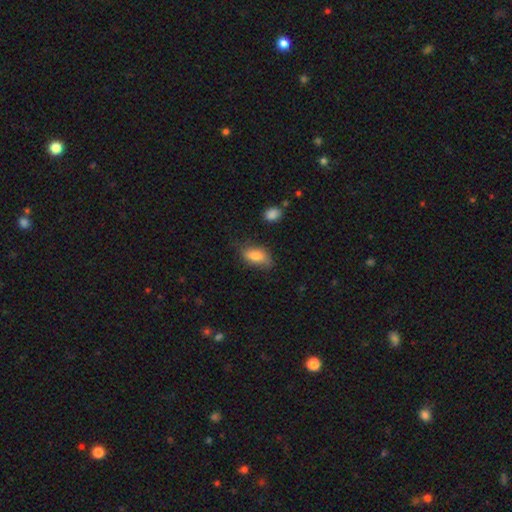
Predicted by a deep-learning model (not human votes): Q: Smooth or featured?
A: smooth (80%); runner-up: featured or disk (13%)
Q: How rounded?
A: in between (88%); runner-up: cigar-shaped (8%)
Q: Merging?
A: none (65%); runner-up: minor disturbance (26%)